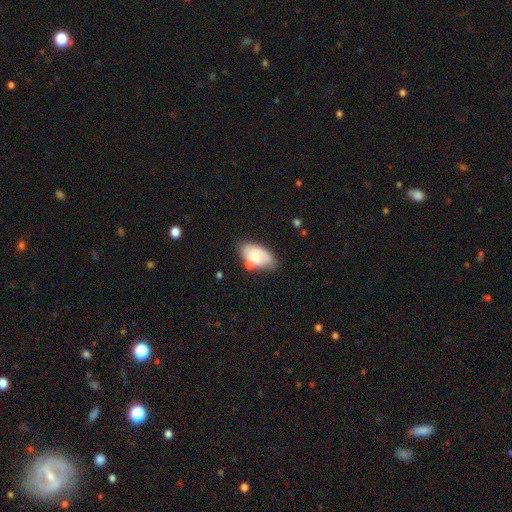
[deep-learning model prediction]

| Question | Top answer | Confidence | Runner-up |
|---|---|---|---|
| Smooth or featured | smooth | 63% | featured or disk (30%) |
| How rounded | in between | 93% | round (5%) |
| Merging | none | 58% | minor disturbance (22%) |